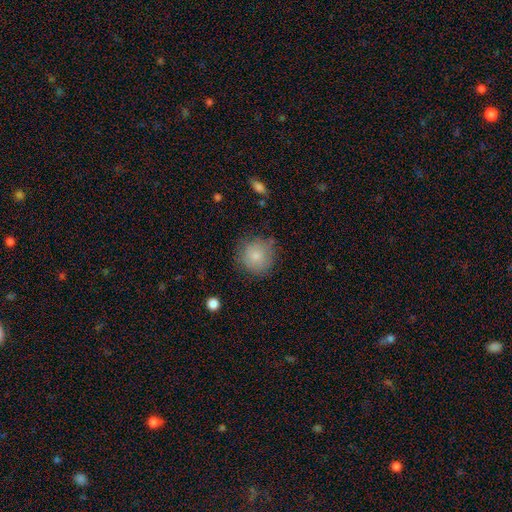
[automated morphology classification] Smooth or featured: smooth — 82% (featured or disk — 10%)
How rounded: round — 93% (in between — 6%)
Merging: none — 75% (minor disturbance — 18%)